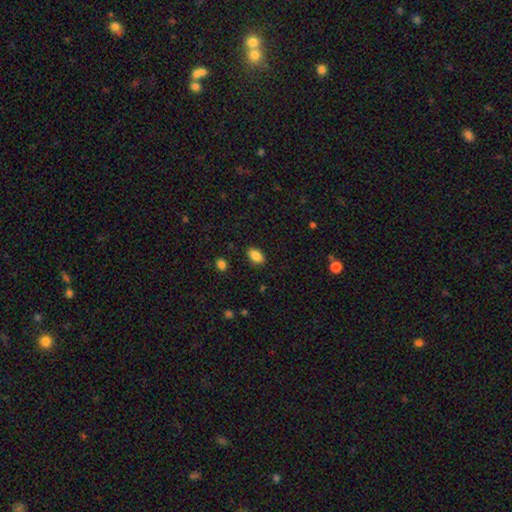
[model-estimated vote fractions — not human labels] Smooth or featured? Predicted: smooth (p=0.86). How rounded? Predicted: in between (p=0.89). Merging? Predicted: none (p=0.87).